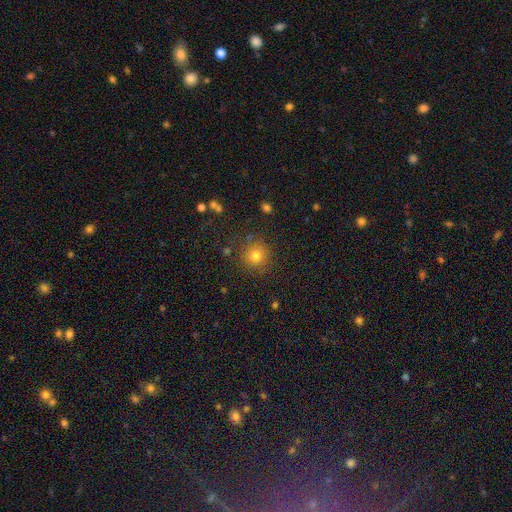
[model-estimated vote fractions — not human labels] smooth 78%, star or artifact 15%, featured or disk 7%. Down the decision tree: how rounded — round (93%); merging — none (86%).